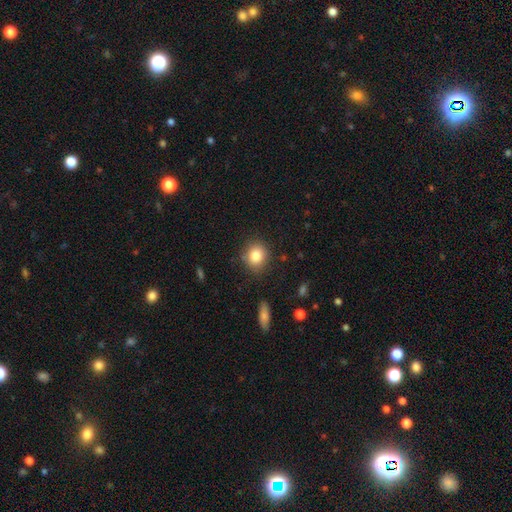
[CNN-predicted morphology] smooth-or-featured: smooth: 83% | star or artifact: 10% | featured or disk: 8%
  how-rounded: round: 78% | in between: 21% | cigar-shaped: 1%
  merging: none: 85% | minor disturbance: 10% | major disturbance: 3% | merger: 2%